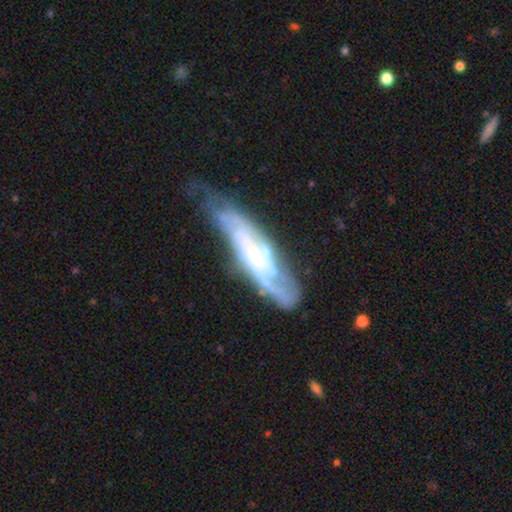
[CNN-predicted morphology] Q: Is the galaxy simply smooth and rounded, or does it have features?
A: featured or disk — 77%.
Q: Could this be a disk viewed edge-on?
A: no — 73%.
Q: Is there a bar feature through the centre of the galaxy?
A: no — 56%.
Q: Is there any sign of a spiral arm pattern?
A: yes — 87%.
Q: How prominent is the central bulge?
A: small — 67%.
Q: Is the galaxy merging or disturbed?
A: none — 53%.